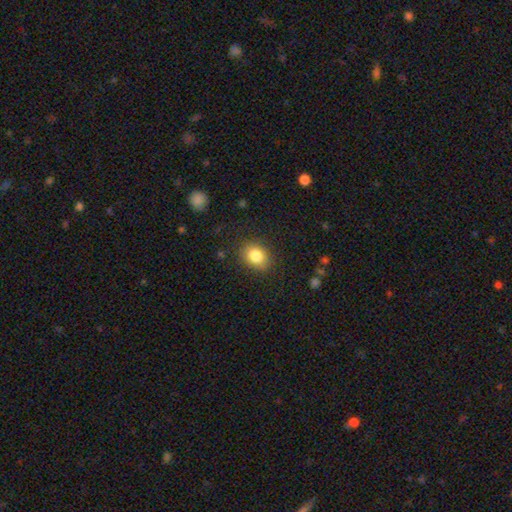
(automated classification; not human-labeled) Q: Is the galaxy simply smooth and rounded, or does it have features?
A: smooth — 84%.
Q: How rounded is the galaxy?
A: round — 51%.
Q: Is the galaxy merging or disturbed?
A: none — 85%.